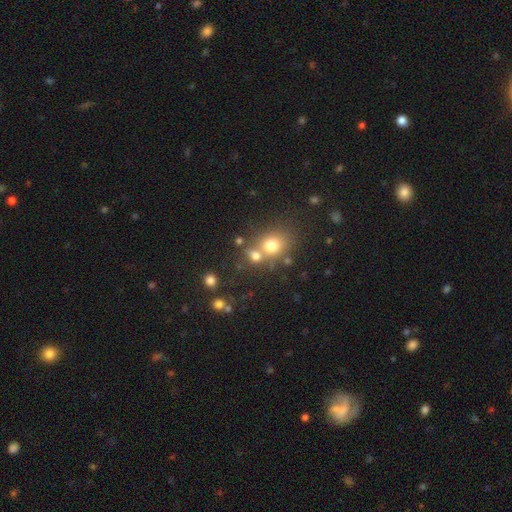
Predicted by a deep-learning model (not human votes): smooth_or_featured: smooth (p=0.72) [alt: star or artifact p=0.16]
how_rounded: round (p=0.69) [alt: in between p=0.29]
merging: none (p=0.47) [alt: merger p=0.40]